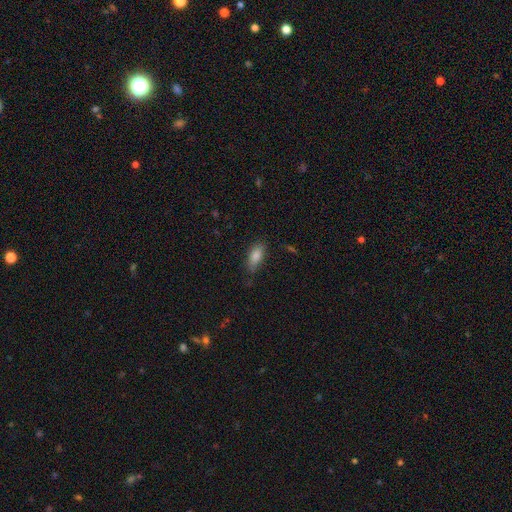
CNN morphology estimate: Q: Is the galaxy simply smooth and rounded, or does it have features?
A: smooth — 81%.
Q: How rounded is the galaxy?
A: in between — 80%.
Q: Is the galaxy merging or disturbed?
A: none — 74%.